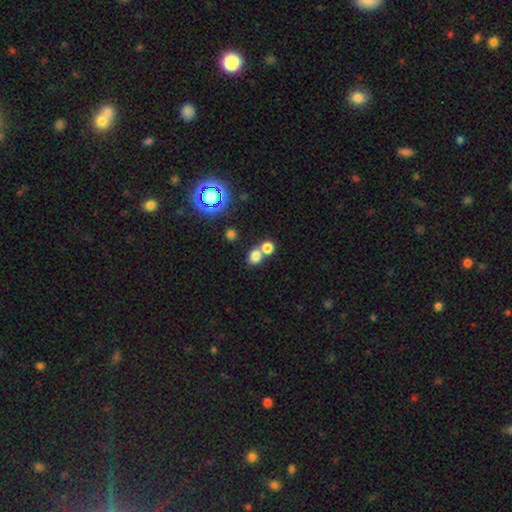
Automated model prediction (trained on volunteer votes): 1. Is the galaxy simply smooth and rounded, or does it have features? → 76% smooth, 16% star or artifact, 8% featured or disk.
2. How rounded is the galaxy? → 70% round, 29% in between, 1% cigar-shaped.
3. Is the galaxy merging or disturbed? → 45% none (tied), 45% merger (tied), 7% minor disturbance, 3% major disturbance.